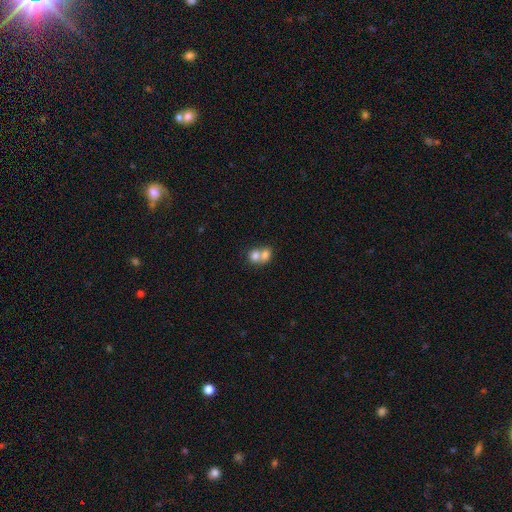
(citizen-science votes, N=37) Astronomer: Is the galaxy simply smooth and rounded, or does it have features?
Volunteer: smooth — 86%.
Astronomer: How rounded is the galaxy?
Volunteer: round — 69%.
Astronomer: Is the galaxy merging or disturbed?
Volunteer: merger — 67%.